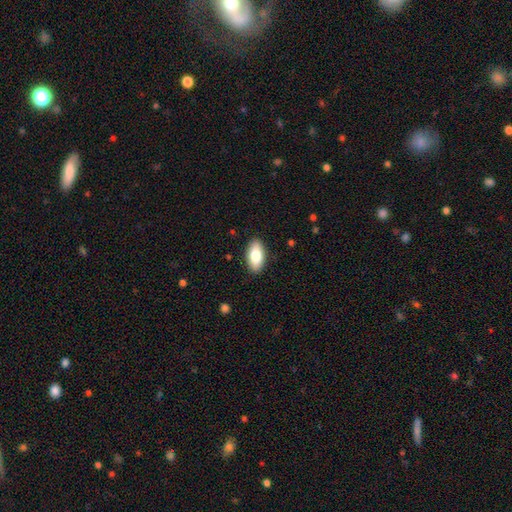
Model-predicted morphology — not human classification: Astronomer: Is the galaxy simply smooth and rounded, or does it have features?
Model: smooth — 81%.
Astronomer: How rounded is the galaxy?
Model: in between — 93%.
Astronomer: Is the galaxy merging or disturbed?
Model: none — 89%.